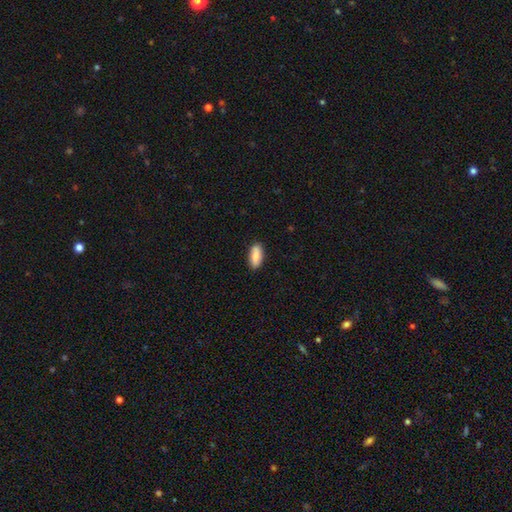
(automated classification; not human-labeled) This is clearly a smooth galaxy (85%). How rounded: clearly in between (86%). Merging: clearly none (88%).